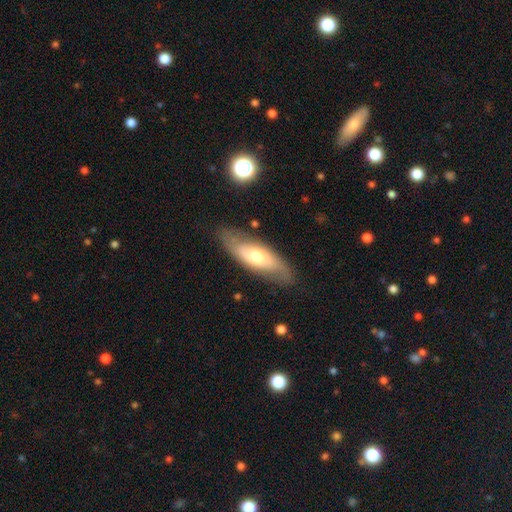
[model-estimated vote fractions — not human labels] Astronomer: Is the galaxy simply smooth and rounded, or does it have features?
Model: featured or disk — 48% (runner-up: smooth, 45%).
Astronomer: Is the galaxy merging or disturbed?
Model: none — 79%.